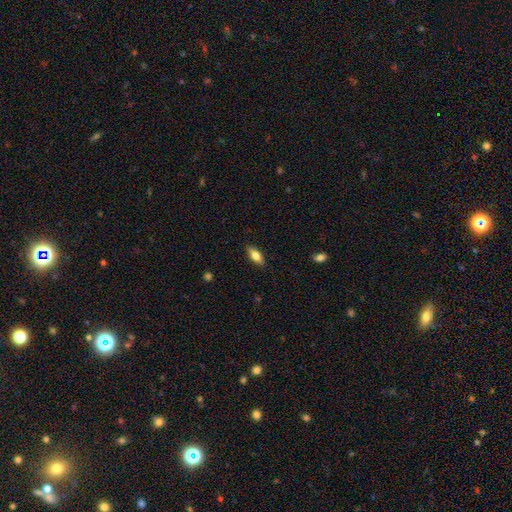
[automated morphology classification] smooth_or_featured: smooth (p=0.72) [alt: featured or disk p=0.22]
how_rounded: in between (p=0.76) [alt: cigar-shaped p=0.21]
merging: none (p=0.87) [alt: minor disturbance p=0.10]